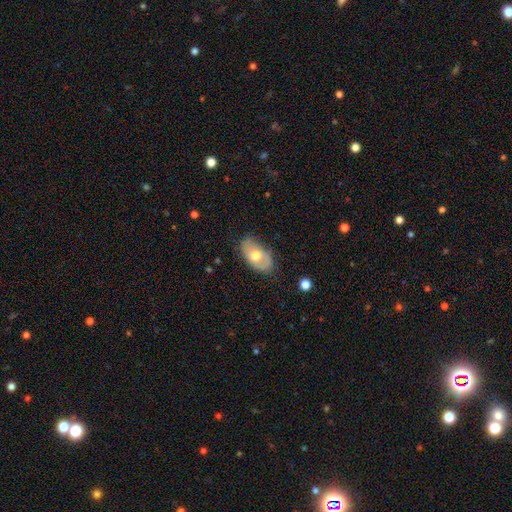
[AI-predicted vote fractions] Morphology: type=smooth (52%); roundness=in between (91%); merging=none (71%).